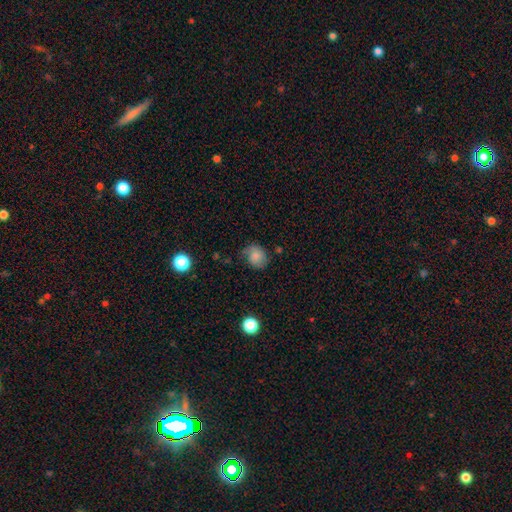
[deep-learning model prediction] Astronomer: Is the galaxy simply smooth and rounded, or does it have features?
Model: smooth — 73%.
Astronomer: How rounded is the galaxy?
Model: round — 62%.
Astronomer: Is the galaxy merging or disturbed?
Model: none — 59%.